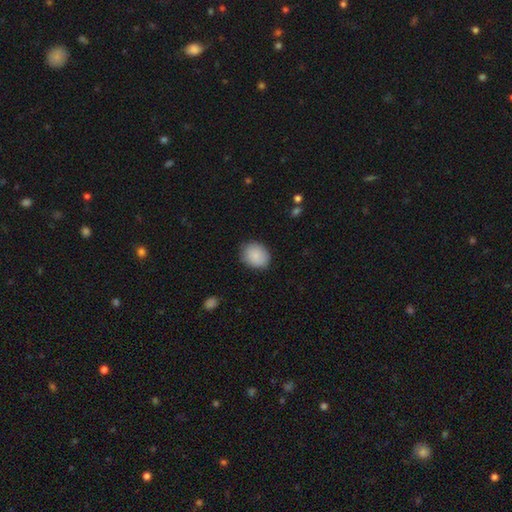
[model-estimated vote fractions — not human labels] Overall: smooth (88%). How rounded: in between (55%; round 45%). Merging: none (83%).